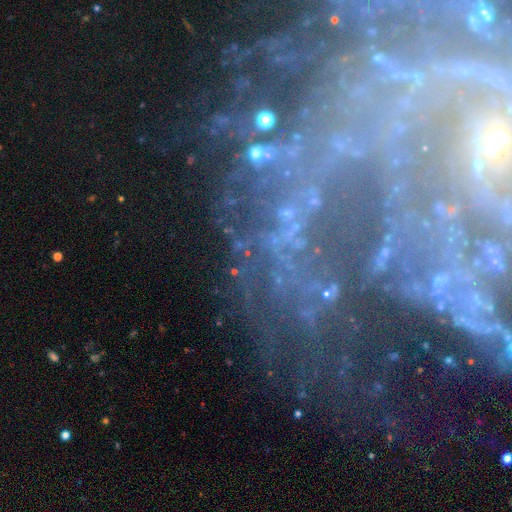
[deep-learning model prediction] The model was most divided on "spiral arm count": can't tell: 34%, 2: 18%, 3: 14%, more than 4: 13%, 4: 12%, 1: 11%. More confident: edge-on disk — no (95%); spiral arms — yes (81%); smooth or featured — featured or disk (70%); bulge size — small (58%); spiral winding — tight (57%); bar — no (56%); merging — none (56%).